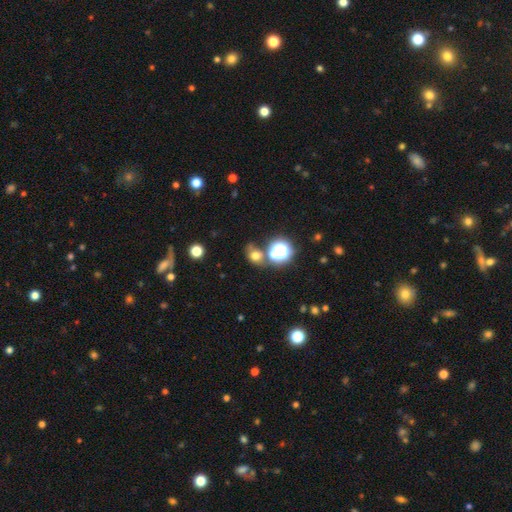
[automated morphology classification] smooth-or-featured: smooth: 62% | star or artifact: 26% | featured or disk: 13%
  how-rounded: round: 61% | in between: 37% | cigar-shaped: 1%
  merging: none: 55% | merger: 20% | minor disturbance: 15% | major disturbance: 9%